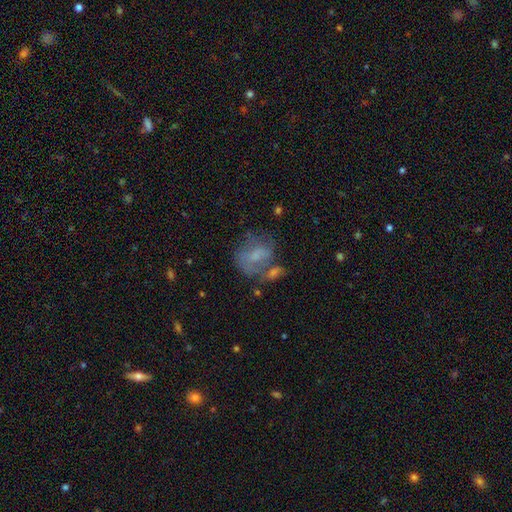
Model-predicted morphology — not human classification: smooth 45%, featured or disk 43%, star or artifact 12%. Down the decision tree: merging — none (37%).